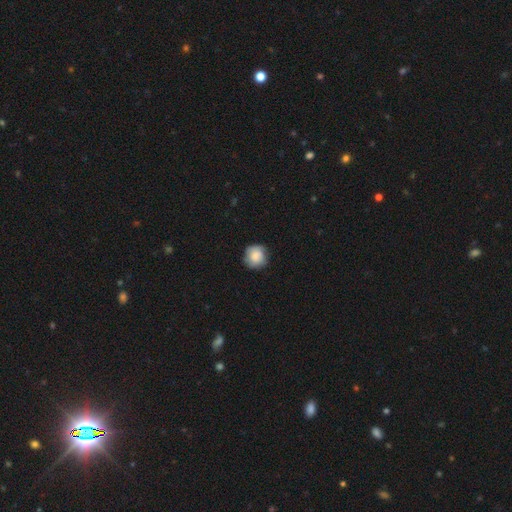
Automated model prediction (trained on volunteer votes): smooth-or-featured: smooth: 81% | featured or disk: 12% | star or artifact: 7%
  how-rounded: round: 92% | in between: 7% | cigar-shaped: 1%
  merging: none: 78% | minor disturbance: 18% | major disturbance: 4% | merger: 1%